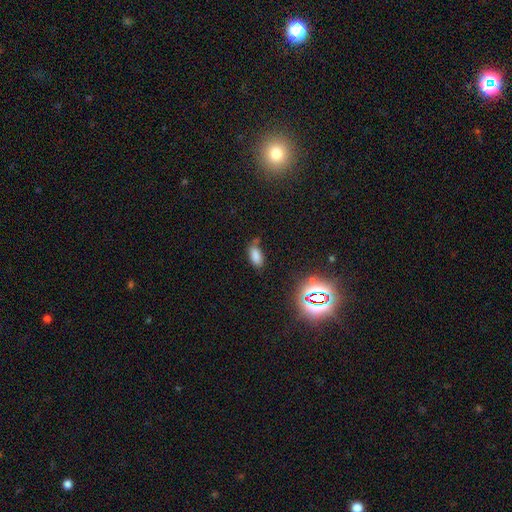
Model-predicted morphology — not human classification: Smooth or featured? smooth (75%)
How rounded? in between (88%)
Merging? none (57%)